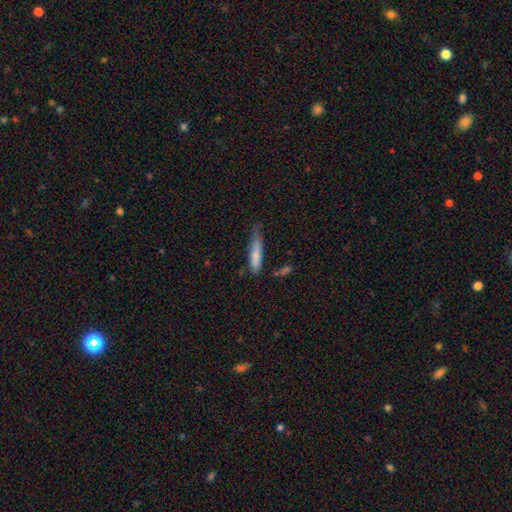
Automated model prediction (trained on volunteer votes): Q: Smooth or featured?
A: smooth (79%); runner-up: featured or disk (14%)
Q: How rounded?
A: cigar-shaped (76%); runner-up: in between (22%)
Q: Merging?
A: none (43%); runner-up: minor disturbance (39%)